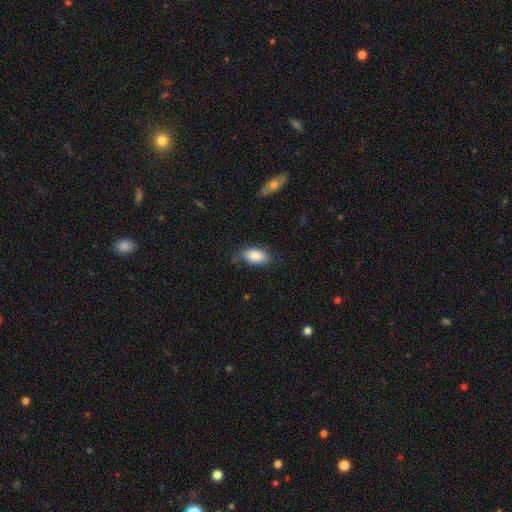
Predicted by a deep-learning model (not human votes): This is clearly a smooth galaxy (86%). How rounded: clearly in between (92%). Merging: likely none (70%).